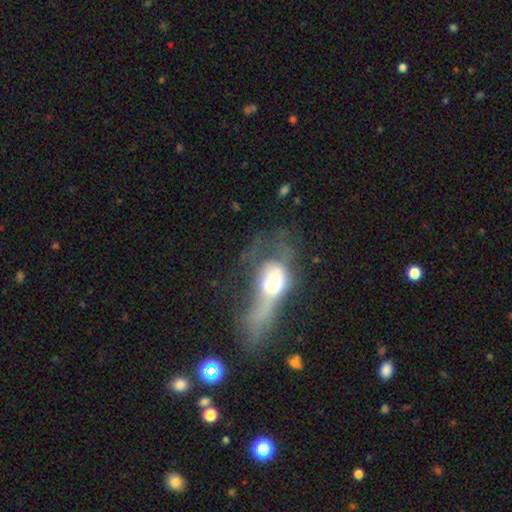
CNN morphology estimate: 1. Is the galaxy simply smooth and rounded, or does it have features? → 52% featured or disk, 32% smooth, 16% star or artifact.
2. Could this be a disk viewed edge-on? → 70% no, 30% yes.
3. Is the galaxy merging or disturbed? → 58% major disturbance, 17% none, 15% minor disturbance, 9% merger.